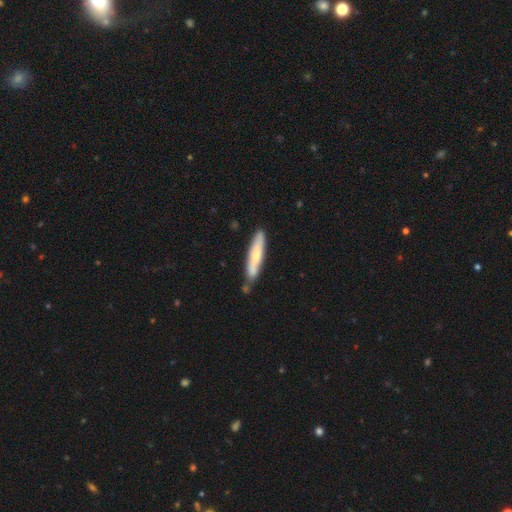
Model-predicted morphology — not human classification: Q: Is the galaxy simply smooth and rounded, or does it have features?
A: smooth — 60%.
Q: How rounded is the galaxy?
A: cigar-shaped — 89%.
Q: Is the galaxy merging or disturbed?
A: none — 72%.